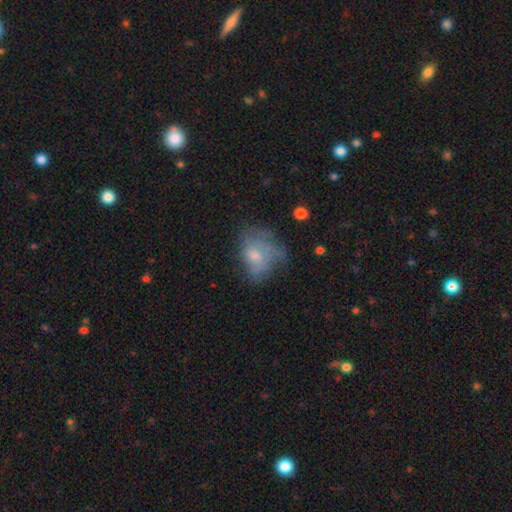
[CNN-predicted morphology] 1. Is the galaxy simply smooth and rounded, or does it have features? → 48% featured or disk, 40% smooth, 12% star or artifact.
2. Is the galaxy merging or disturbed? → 43% none, 27% minor disturbance, 27% major disturbance, 3% merger.